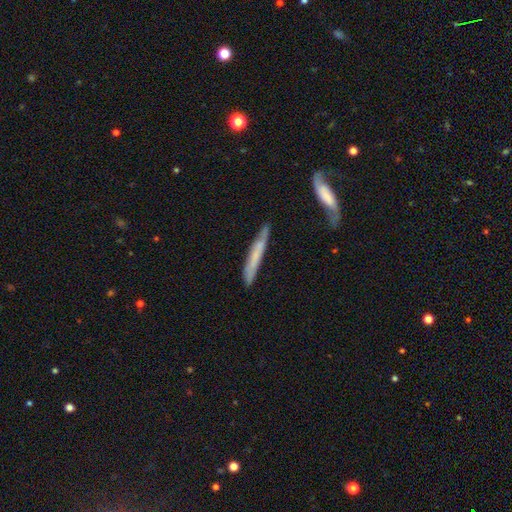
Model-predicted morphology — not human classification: Smooth or featured: smooth — 54% (featured or disk — 40%)
How rounded: cigar-shaped — 95% (in between — 3%)
Merging: none — 71% (minor disturbance — 20%)